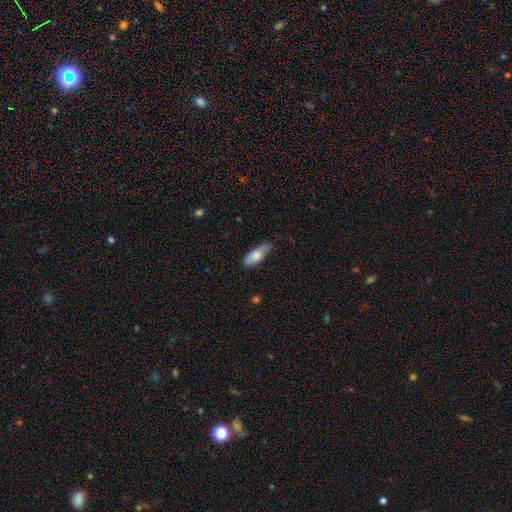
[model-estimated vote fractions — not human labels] Smooth or featured?
  - smooth: 77% *
  - featured or disk: 17%
  - star or artifact: 6%
How rounded?
  - in between: 71% *
  - cigar-shaped: 27%
  - round: 2%
Merging?
  - none: 72% *
  - minor disturbance: 23%
  - major disturbance: 4%
  - merger: 1%